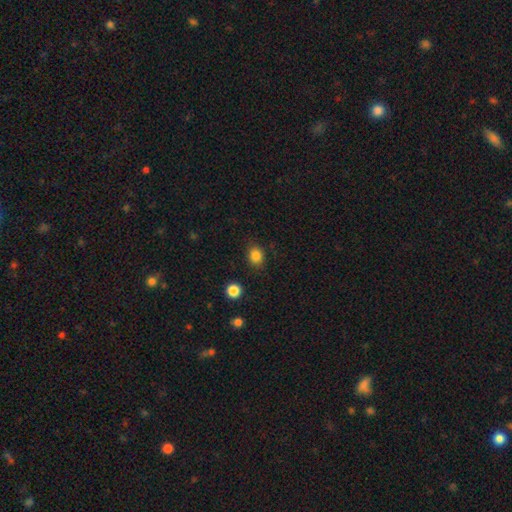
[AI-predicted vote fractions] Smooth or featured: smooth — 84% (star or artifact — 11%)
How rounded: round — 64% (in between — 35%)
Merging: none — 85% (minor disturbance — 10%)